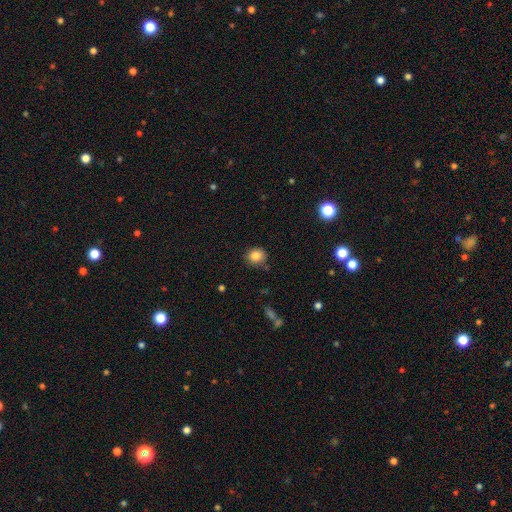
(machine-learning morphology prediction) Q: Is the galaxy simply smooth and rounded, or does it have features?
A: smooth — 83%.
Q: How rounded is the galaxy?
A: round — 81%.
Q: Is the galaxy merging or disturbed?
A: none — 81%.